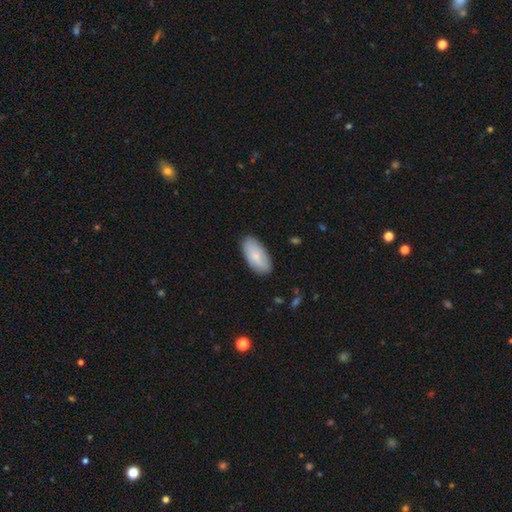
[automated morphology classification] smooth-or-featured: smooth: 76% | featured or disk: 18% | star or artifact: 6%
  how-rounded: in between: 94% | cigar-shaped: 4% | round: 2%
  merging: none: 84% | minor disturbance: 12% | major disturbance: 2% | merger: 1%